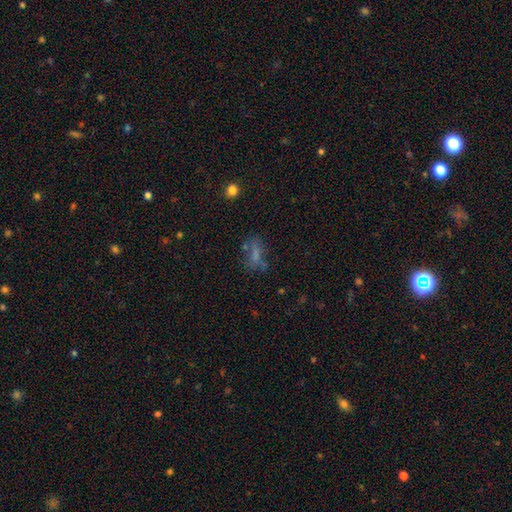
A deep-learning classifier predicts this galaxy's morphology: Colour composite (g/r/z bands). It shows a smooth galaxy with no disk features (47%). Merging: none (55%).